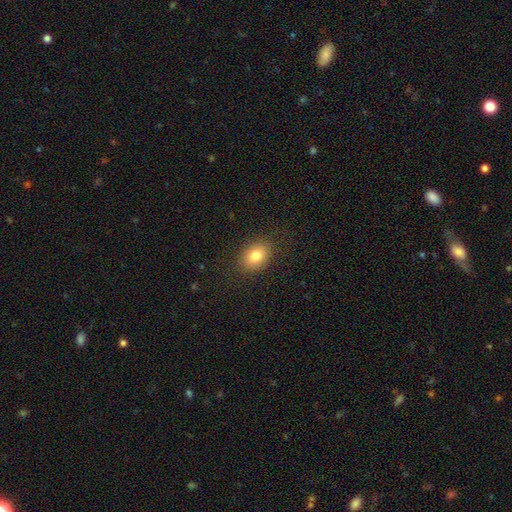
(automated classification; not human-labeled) smooth 81%, star or artifact 9%, featured or disk 9%. Down the decision tree: how rounded — in between (70%); merging — none (86%).